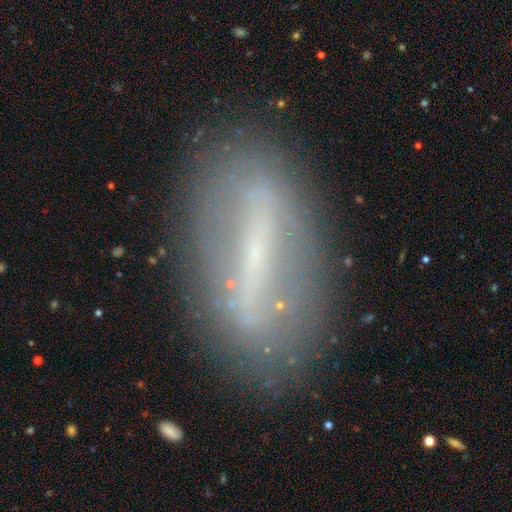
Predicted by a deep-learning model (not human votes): Morphology: type=featured or disk (63%); edge-on=no (69%); merging=none (81%).